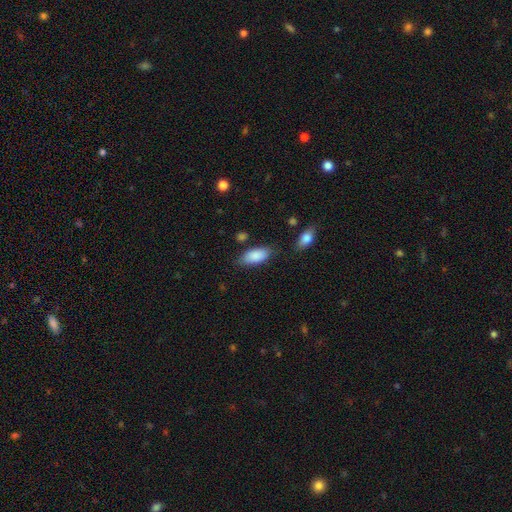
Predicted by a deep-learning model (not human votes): Smooth or featured?
  - smooth: 88% *
  - star or artifact: 6%
  - featured or disk: 6%
How rounded?
  - in between: 90% *
  - cigar-shaped: 8%
  - round: 2%
Merging?
  - none: 74% *
  - minor disturbance: 17%
  - merger: 4%
  - major disturbance: 4%